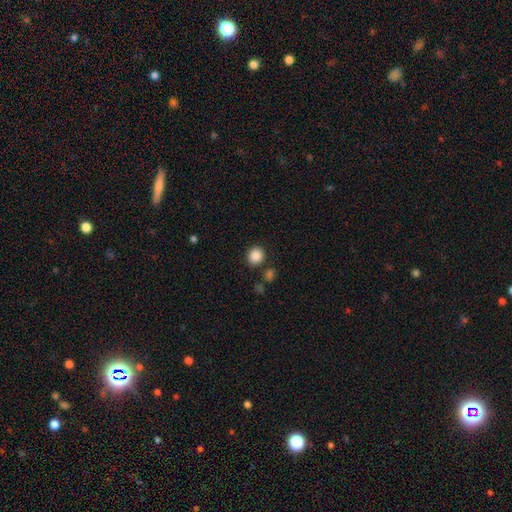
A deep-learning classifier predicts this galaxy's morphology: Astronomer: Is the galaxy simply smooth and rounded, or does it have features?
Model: smooth — 87%.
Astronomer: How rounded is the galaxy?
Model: round — 87%.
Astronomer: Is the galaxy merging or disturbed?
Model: none — 86%.